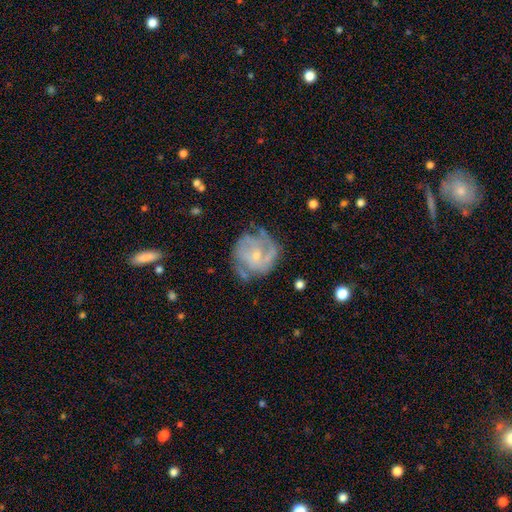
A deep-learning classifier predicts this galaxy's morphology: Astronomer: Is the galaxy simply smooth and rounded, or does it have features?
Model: featured or disk — 73%.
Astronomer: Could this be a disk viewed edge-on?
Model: no — 98%.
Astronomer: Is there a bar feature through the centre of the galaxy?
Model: no — 66%.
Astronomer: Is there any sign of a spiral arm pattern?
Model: yes — 79%.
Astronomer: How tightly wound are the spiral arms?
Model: tight — 46% (runner-up: medium, 38%).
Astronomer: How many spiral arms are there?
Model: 2 — 37% (runner-up: can't tell, 34%).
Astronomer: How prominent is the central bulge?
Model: small — 69%.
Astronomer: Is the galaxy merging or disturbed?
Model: none — 58%.